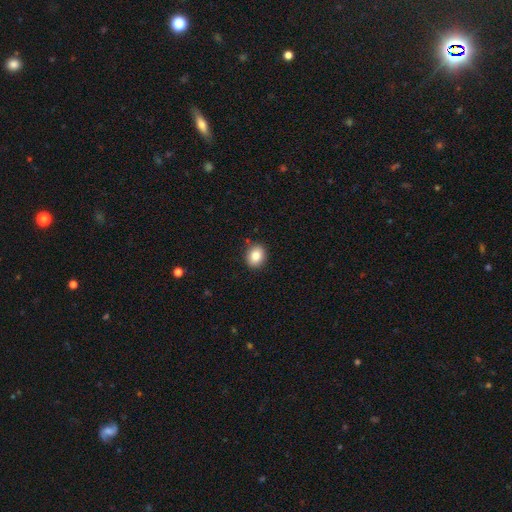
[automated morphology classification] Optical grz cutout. It shows a smooth galaxy with no disk features (85%) that is round (53%). Merging: none (89%).